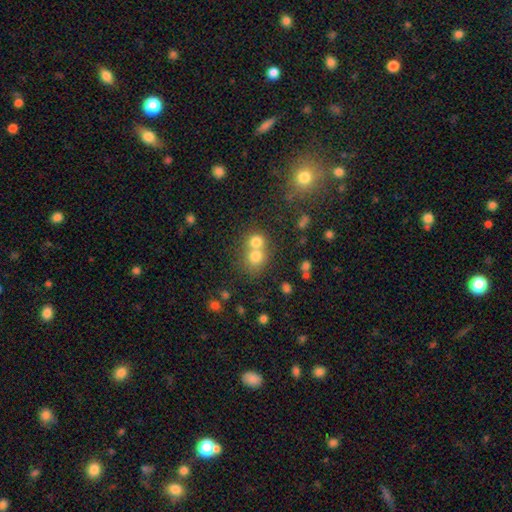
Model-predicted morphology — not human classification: Smooth or featured? Predicted: smooth (p=0.72). How rounded? Predicted: round (p=0.78). Merging? Predicted: merger (p=0.55).